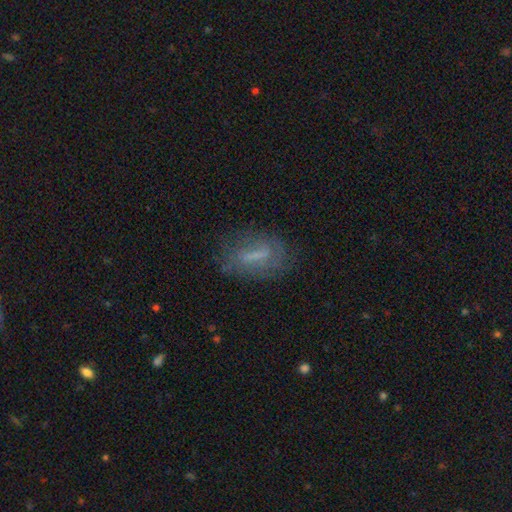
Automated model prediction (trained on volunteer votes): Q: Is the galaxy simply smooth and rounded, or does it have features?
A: featured or disk — 45%.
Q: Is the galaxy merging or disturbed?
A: none — 64%.